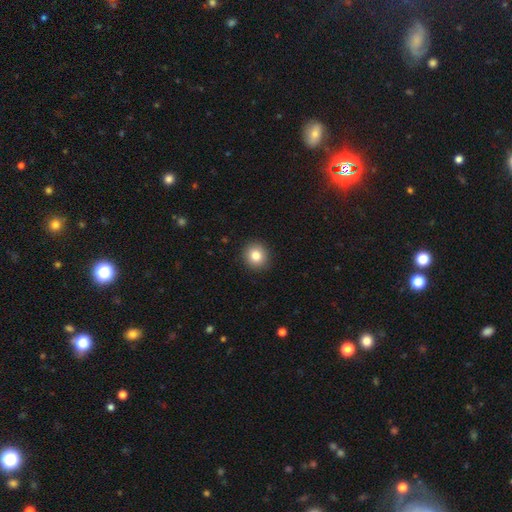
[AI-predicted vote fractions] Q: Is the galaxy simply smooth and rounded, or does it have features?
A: smooth — 83%.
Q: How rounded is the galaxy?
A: round — 87%.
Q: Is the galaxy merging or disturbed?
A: none — 92%.